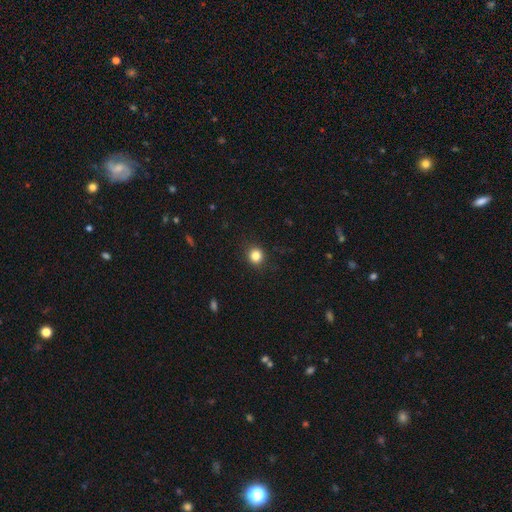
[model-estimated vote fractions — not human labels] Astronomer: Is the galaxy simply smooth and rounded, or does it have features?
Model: smooth — 84%.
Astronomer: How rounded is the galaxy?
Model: round — 87%.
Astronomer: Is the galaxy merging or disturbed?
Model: none — 89%.